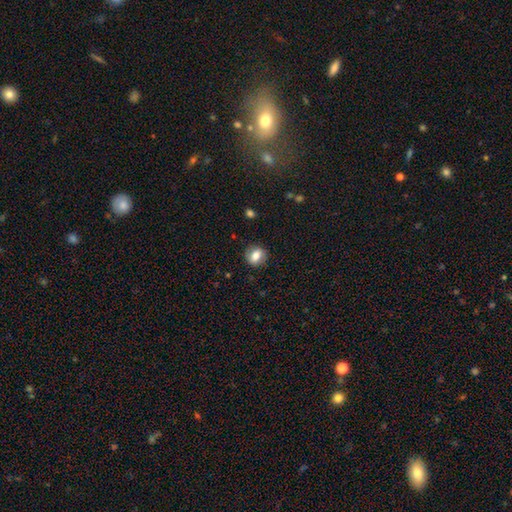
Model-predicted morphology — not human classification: type=smooth (74%); roundness=round (67%); merging=none (86%).